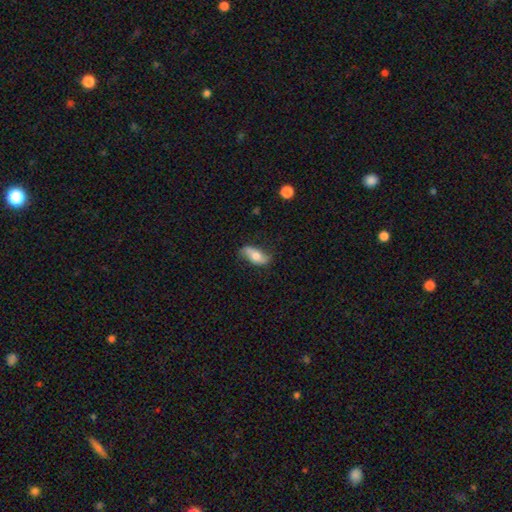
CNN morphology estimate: type=smooth (53%); roundness=in between (81%); merging=none (73%).